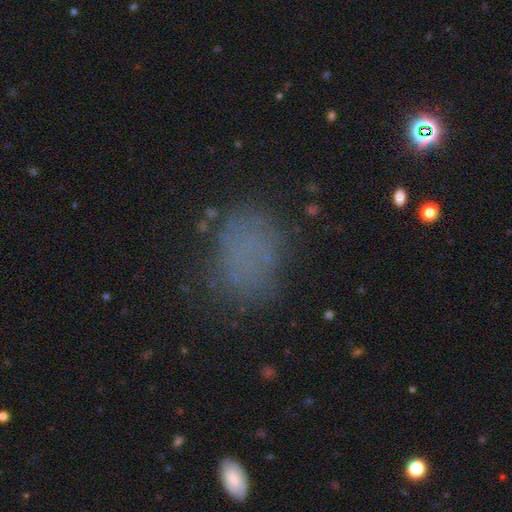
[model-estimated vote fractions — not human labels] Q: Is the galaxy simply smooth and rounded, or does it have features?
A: smooth — 62%.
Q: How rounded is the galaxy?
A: in between — 64%.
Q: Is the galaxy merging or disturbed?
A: none — 69%.